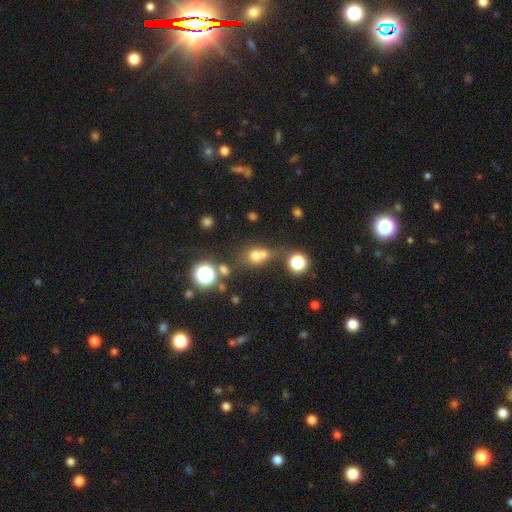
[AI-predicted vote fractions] smooth_or_featured: smooth (p=0.65) [alt: star or artifact p=0.22]
how_rounded: round (p=0.73) [alt: in between p=0.25]
merging: merger (p=0.45) [alt: none p=0.39]